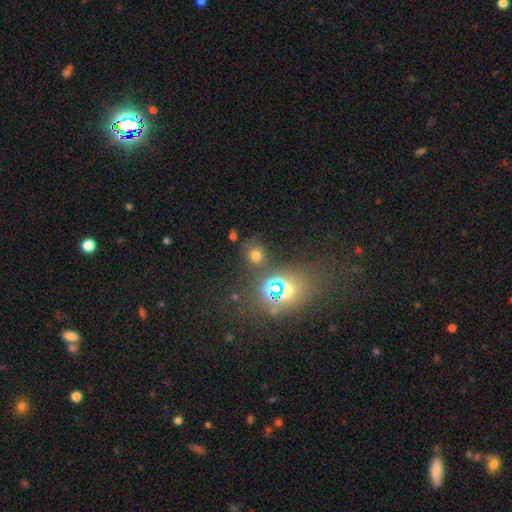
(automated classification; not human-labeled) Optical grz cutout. It shows a smooth galaxy with no disk features (61%) that is round (82%). Merging: none (76%).